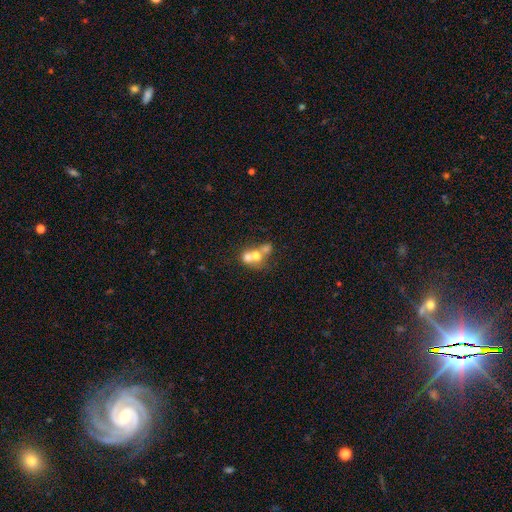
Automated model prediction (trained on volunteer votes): smooth_or_featured: smooth (p=0.58) [alt: featured or disk p=0.30]
how_rounded: round (p=0.69) [alt: in between p=0.30]
merging: merger (p=0.67) [alt: none p=0.23]